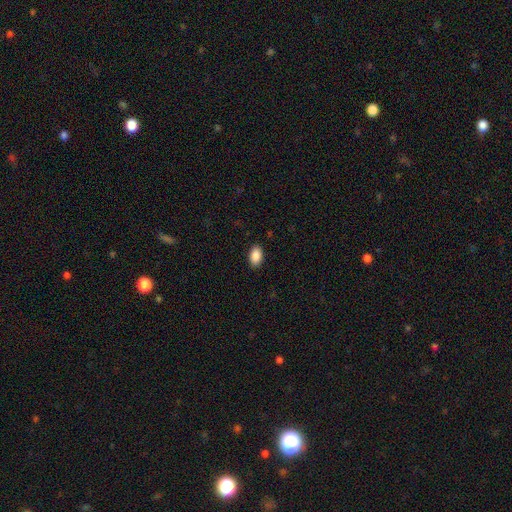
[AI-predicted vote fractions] A smooth galaxy with no disk features (89%) that is in between round and cigar-shaped (93%). Merging: none (89%).